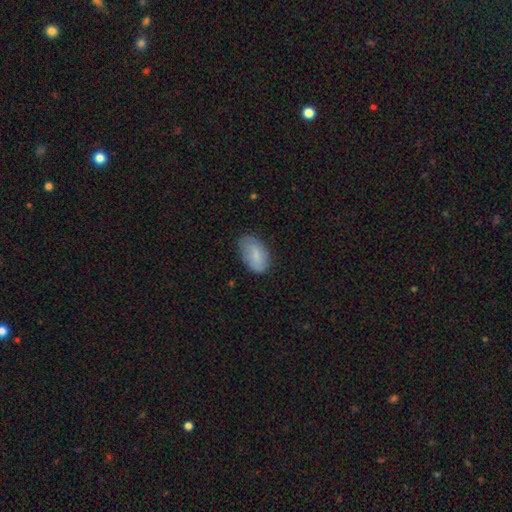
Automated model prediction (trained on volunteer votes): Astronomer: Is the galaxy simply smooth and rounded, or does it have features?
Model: smooth — 78%.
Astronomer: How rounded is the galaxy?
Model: in between — 94%.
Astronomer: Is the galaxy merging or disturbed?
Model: none — 66%.